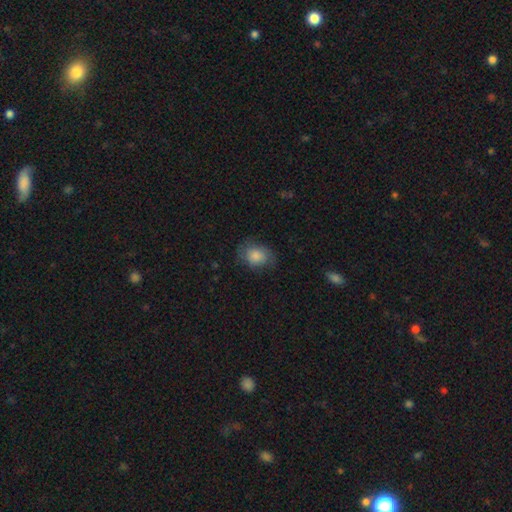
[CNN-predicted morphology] Smooth or featured? Predicted: smooth (p=0.75). How rounded? Predicted: in between (p=0.53). Merging? Predicted: none (p=0.68).